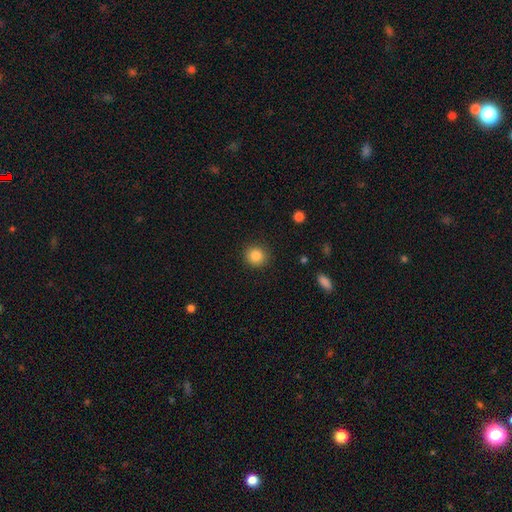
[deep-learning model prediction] smooth_or_featured: smooth (p=0.85) [alt: star or artifact p=0.10]
how_rounded: round (p=0.90) [alt: in between p=0.09]
merging: none (p=0.91) [alt: minor disturbance p=0.06]